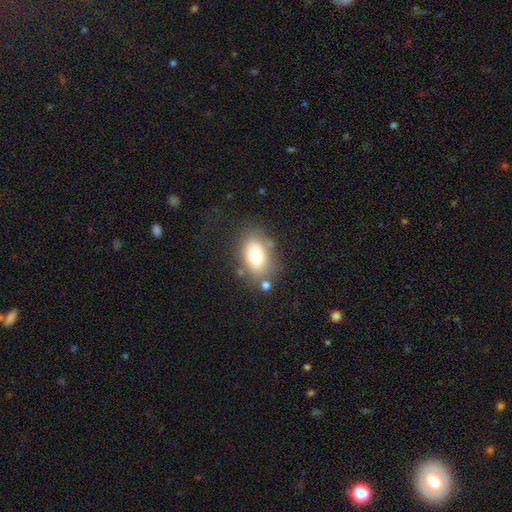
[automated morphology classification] Smooth or featured? Predicted: smooth (p=0.75). How rounded? Predicted: in between (p=0.86). Merging? Predicted: none (p=0.69).